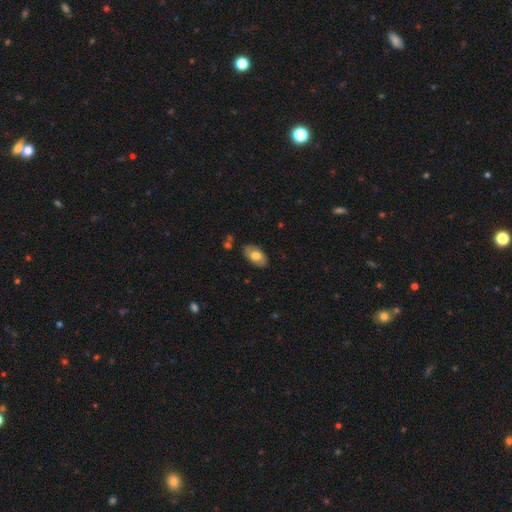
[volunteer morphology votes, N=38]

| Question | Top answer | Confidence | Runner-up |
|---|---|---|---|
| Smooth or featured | smooth | 82% | featured or disk (11%) |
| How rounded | in between | 100% | — |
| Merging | none | 86% | minor disturbance (11%) |